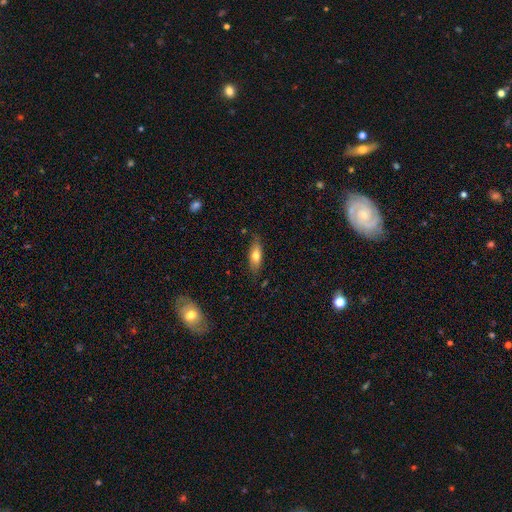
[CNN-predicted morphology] Smooth or featured? smooth (69%)
How rounded? in between (66%)
Merging? none (78%)